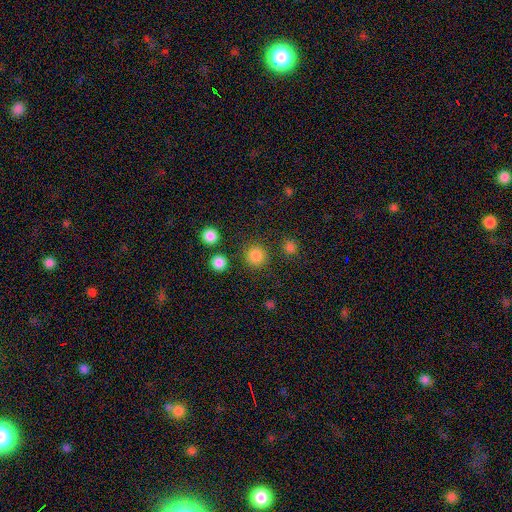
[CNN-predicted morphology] Q: Smooth or featured?
A: smooth (84%); runner-up: star or artifact (12%)
Q: How rounded?
A: round (93%); runner-up: in between (6%)
Q: Merging?
A: none (87%); runner-up: minor disturbance (7%)